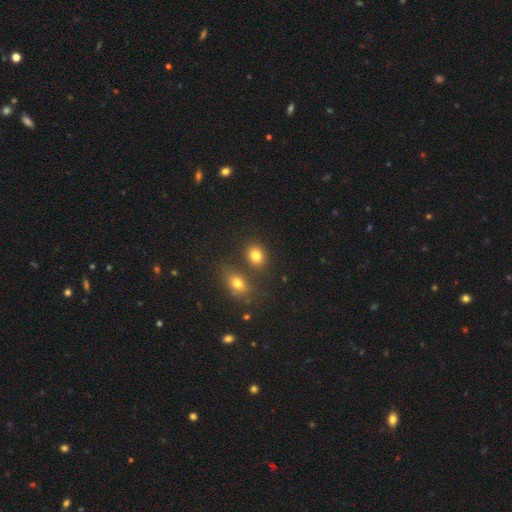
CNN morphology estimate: This appears to be a smooth galaxy with no disk features (80%) that is round (54%). Merging: none (71%).